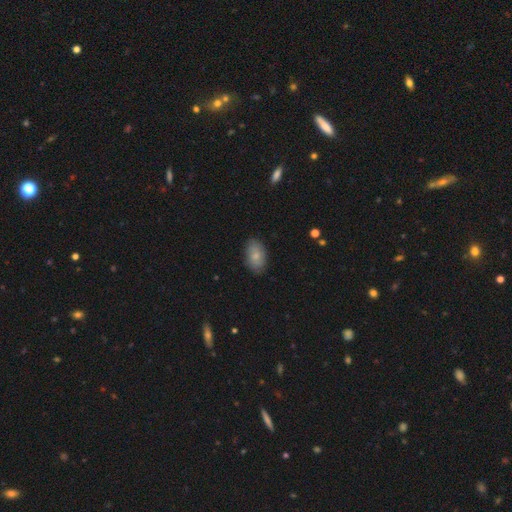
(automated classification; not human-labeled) This appears to be a smooth galaxy with no disk features (78%) that is in between round and cigar-shaped (92%). Merging: none (83%).